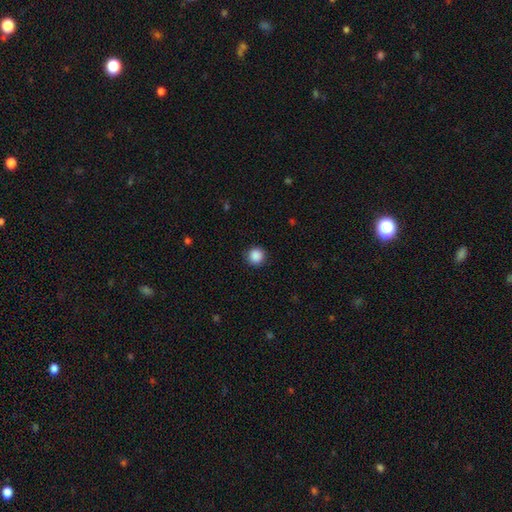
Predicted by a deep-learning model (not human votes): The model was most divided on "smooth or featured": smooth: 88%, star or artifact: 9%, featured or disk: 3%. More confident: how rounded — round (95%); merging — none (90%).